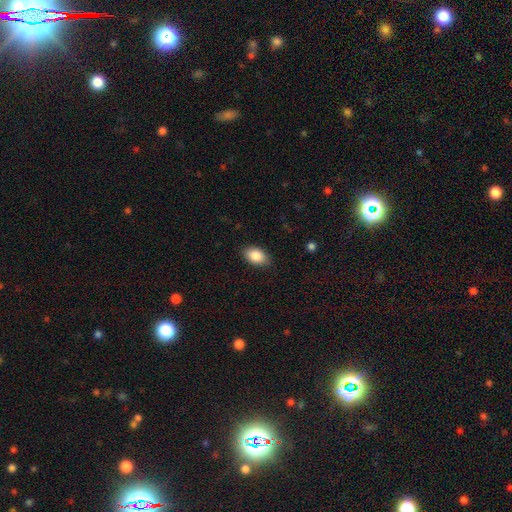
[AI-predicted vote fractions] Overall: smooth (86%). How rounded: in between (90%). Merging: none (85%).